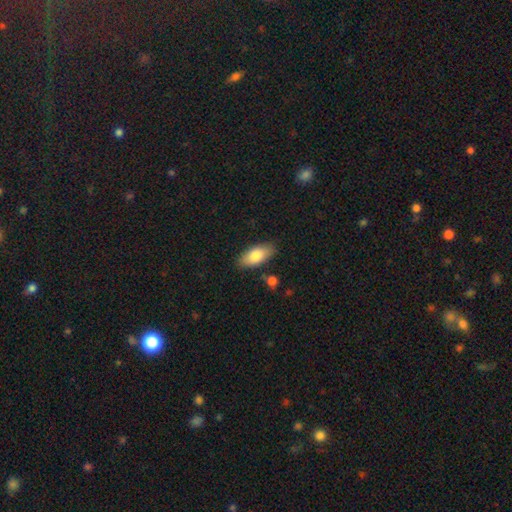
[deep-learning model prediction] Q: Smooth or featured?
A: smooth (80%); runner-up: featured or disk (14%)
Q: How rounded?
A: in between (88%); runner-up: cigar-shaped (10%)
Q: Merging?
A: none (84%); runner-up: minor disturbance (11%)